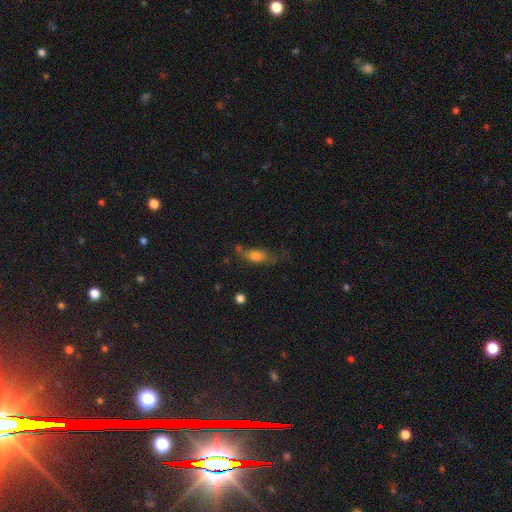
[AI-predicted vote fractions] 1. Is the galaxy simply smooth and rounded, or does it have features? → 68% smooth, 22% featured or disk, 11% star or artifact.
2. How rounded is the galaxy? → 73% in between, 19% cigar-shaped, 8% round.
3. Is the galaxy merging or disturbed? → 42% none, 27% minor disturbance, 21% major disturbance, 10% merger.